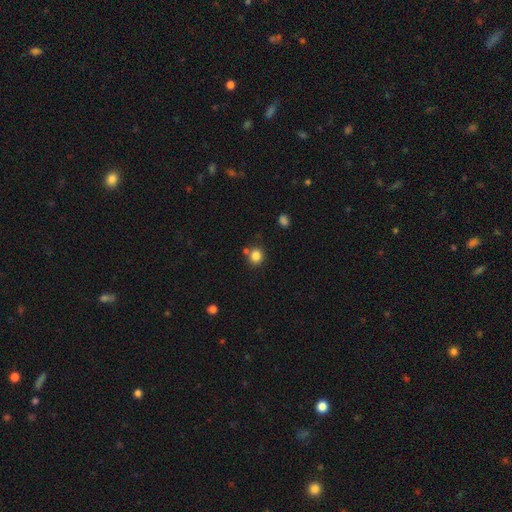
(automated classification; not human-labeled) smooth-or-featured: smooth: 84% | star or artifact: 11% | featured or disk: 5%
  how-rounded: round: 83% | in between: 16% | cigar-shaped: 1%
  merging: none: 73% | merger: 13% | minor disturbance: 10% | major disturbance: 3%